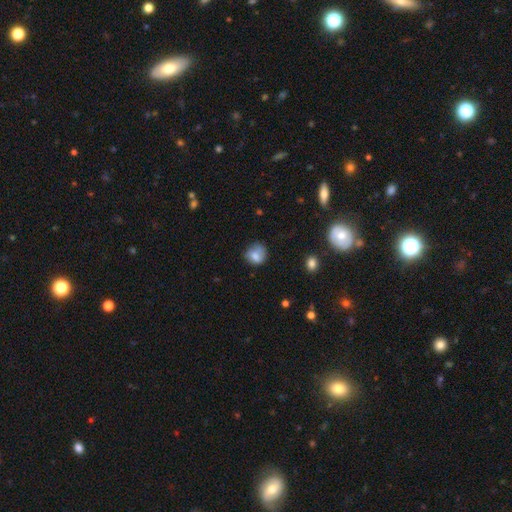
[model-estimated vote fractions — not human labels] smooth 77%, featured or disk 14%, star or artifact 9%. Down the decision tree: how rounded — round (74%); merging — none (56%).